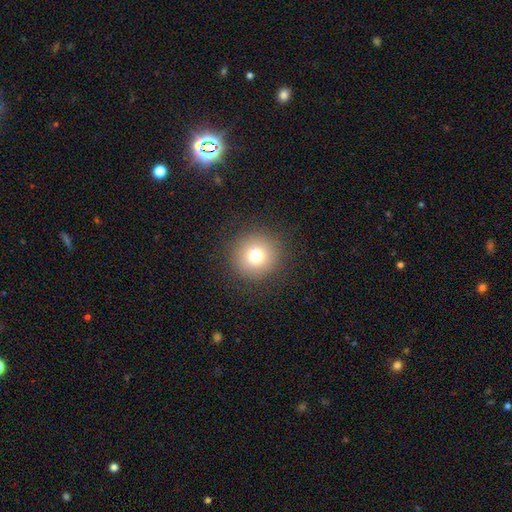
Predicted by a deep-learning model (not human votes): smooth 76%, star or artifact 14%, featured or disk 10%. Down the decision tree: how rounded — round (95%); merging — none (90%).